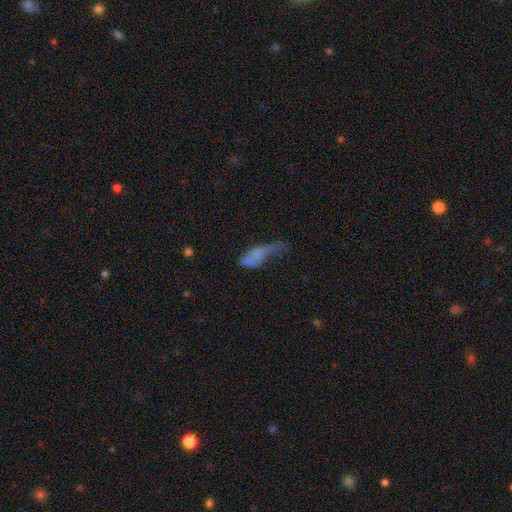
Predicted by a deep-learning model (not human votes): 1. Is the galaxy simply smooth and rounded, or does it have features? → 52% smooth, 33% featured or disk, 14% star or artifact.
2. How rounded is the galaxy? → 64% in between, 30% cigar-shaped, 6% round.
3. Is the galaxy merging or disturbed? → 48% major disturbance, 21% minor disturbance, 20% none, 12% merger.